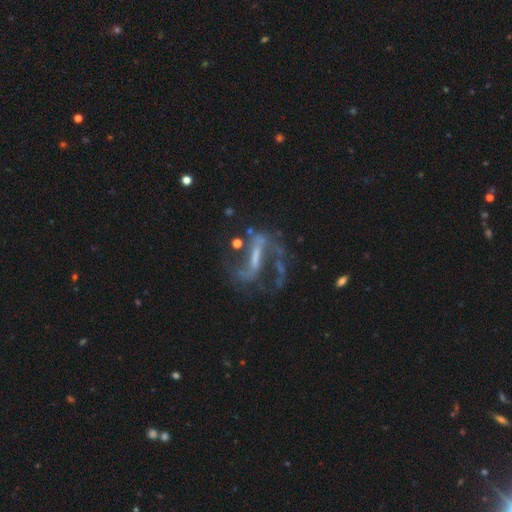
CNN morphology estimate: This is clearly a featured or disk galaxy (83%). It is clearly not viewed edge-on (91%). Bar: likely strong (63%). Spiral arm pattern: clearly yes (86%). Spiral arm count: clearly 2 (84%). Spiral winding: possibly loose (53%). Central bulge: marginally none (40%). Merging: possibly none (50%).